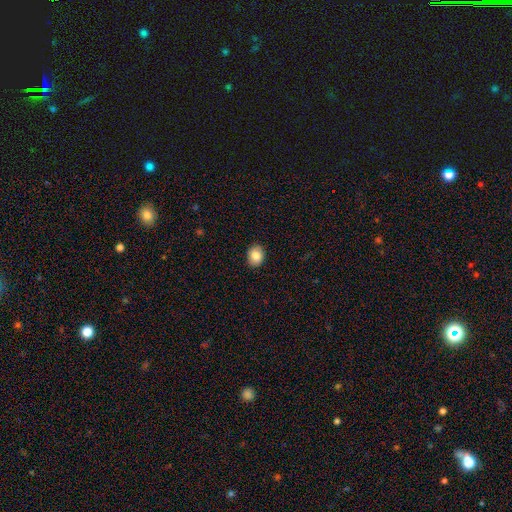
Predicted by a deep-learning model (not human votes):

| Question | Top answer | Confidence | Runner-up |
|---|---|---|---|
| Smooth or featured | smooth | 85% | star or artifact (8%) |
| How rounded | in between | 52% | round (47%) |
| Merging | none | 90% | minor disturbance (7%) |